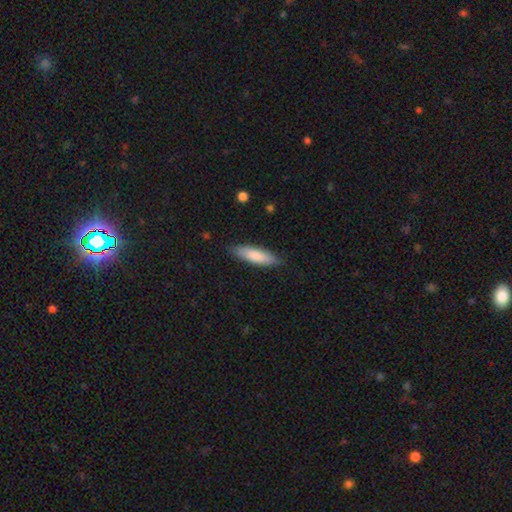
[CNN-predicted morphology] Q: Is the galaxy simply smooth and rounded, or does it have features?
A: smooth — 81%.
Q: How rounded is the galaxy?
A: cigar-shaped — 59%.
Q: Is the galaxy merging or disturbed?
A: none — 84%.